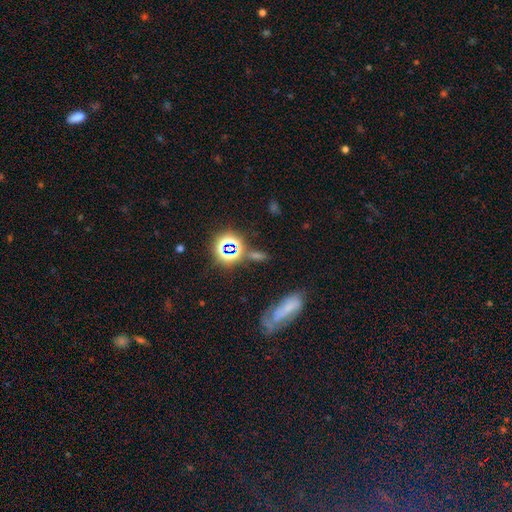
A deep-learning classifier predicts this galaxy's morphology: Smooth or featured? star or artifact (53%)